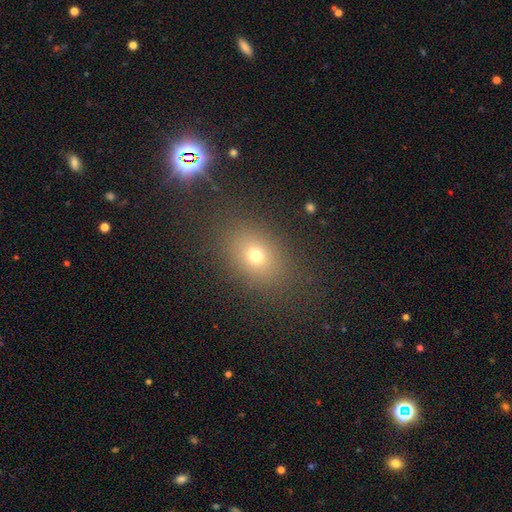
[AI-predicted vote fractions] smooth 68%, star or artifact 19%, featured or disk 13%. Down the decision tree: how rounded — in between (64%); merging — none (82%).